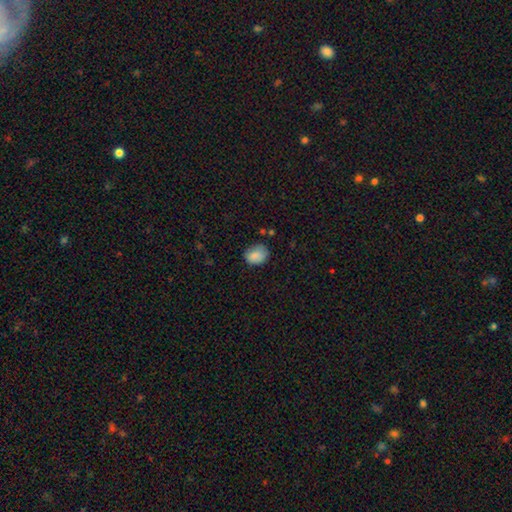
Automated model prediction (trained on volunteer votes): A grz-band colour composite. It shows a smooth galaxy with no disk features (84%) that is in between round and cigar-shaped (52%). Merging: none (66%).